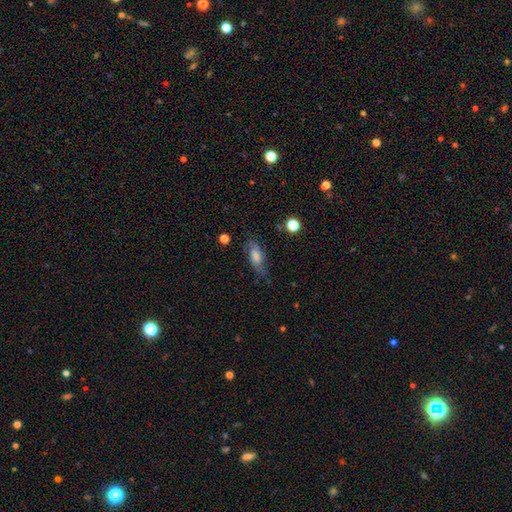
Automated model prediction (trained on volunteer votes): Q: Smooth or featured?
A: featured or disk (43%); tied with: smooth (43%)
Q: Merging?
A: none (65%); runner-up: minor disturbance (23%)